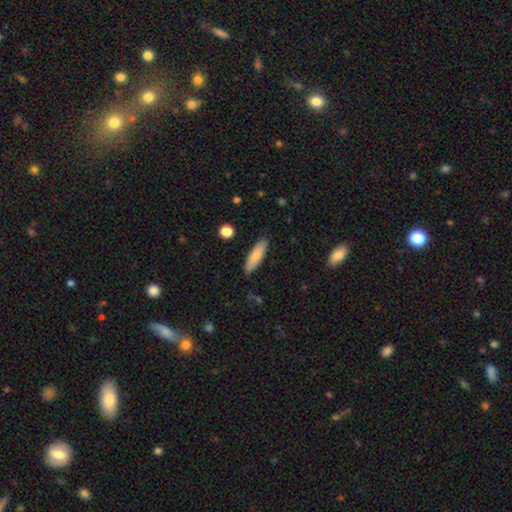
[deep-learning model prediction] Smooth or featured: smooth — 83% (featured or disk — 11%)
How rounded: cigar-shaped — 58% (in between — 41%)
Merging: none — 88% (minor disturbance — 9%)